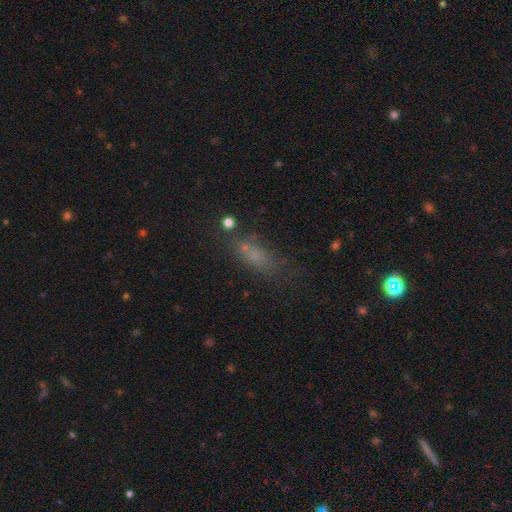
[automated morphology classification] Overall: smooth (65%). How rounded: in between (61%; cigar-shaped 32%). Merging: none (56%; minor disturbance 20%).